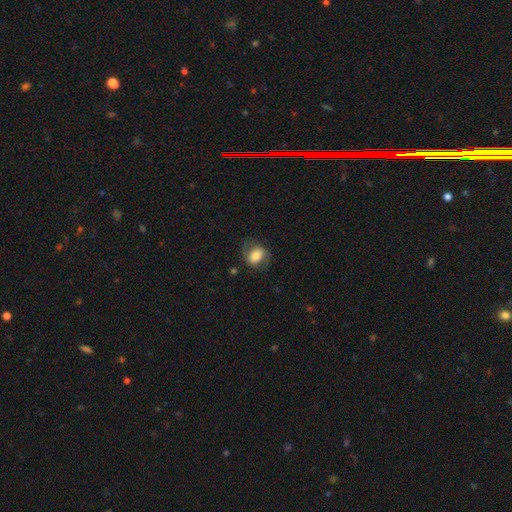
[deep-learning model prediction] Smooth or featured: smooth — 56% (featured or disk — 35%)
How rounded: in between — 61% (round — 37%)
Merging: none — 65% (minor disturbance — 21%)